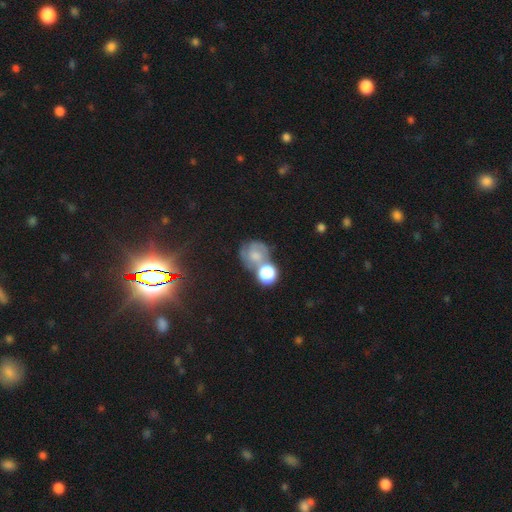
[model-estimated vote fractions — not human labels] Smooth or featured? smooth (49%)
Merging? none (38%)